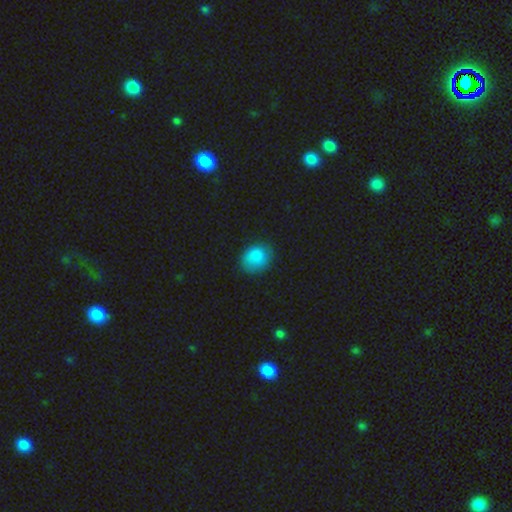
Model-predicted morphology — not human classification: type=smooth (85%); roundness=round (57%); merging=none (74%).